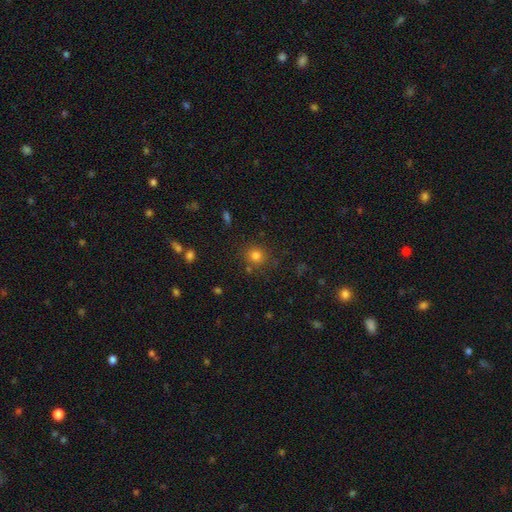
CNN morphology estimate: smooth-or-featured: smooth: 79% | star or artifact: 15% | featured or disk: 6%
  how-rounded: round: 89% | in between: 10% | cigar-shaped: 1%
  merging: none: 82% | minor disturbance: 10% | merger: 5% | major disturbance: 4%